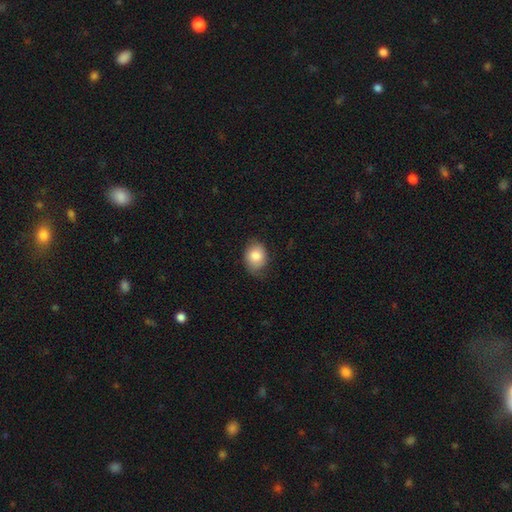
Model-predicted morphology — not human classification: smooth-or-featured: smooth: 79% | featured or disk: 13% | star or artifact: 7%
  how-rounded: in between: 59% | round: 41% | cigar-shaped: 1%
  merging: none: 64% | minor disturbance: 27% | major disturbance: 7% | merger: 1%